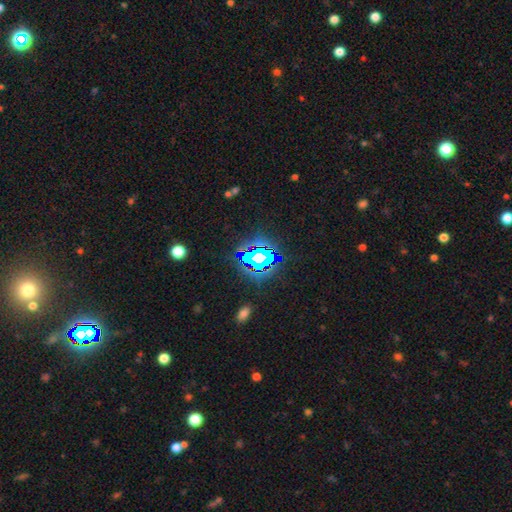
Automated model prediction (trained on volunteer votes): Morphology: type=star or artifact (73%).